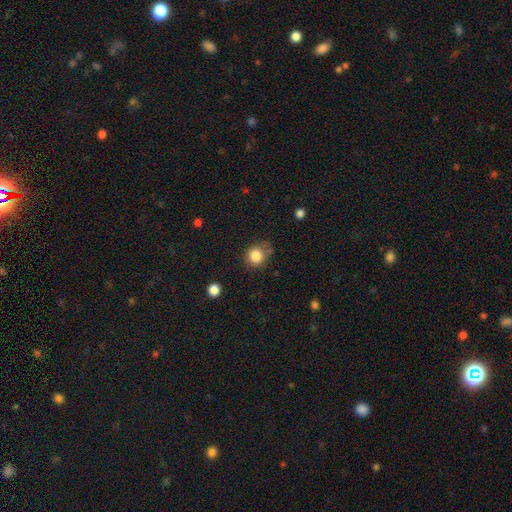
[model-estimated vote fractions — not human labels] smooth_or_featured: smooth (p=0.83) [alt: star or artifact p=0.10]
how_rounded: round (p=0.78) [alt: in between p=0.21]
merging: none (p=0.62) [alt: minor disturbance p=0.26]